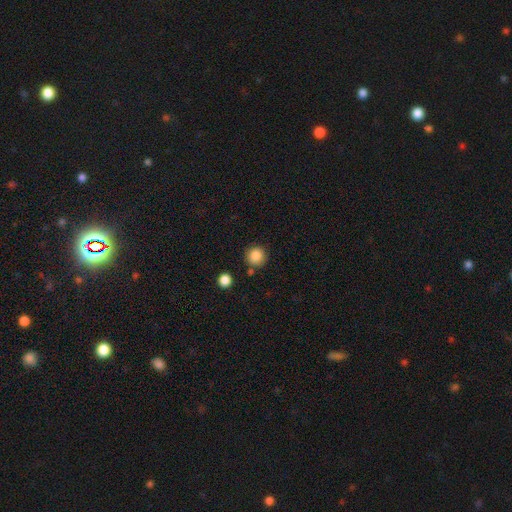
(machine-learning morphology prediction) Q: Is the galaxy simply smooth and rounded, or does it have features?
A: smooth — 86%.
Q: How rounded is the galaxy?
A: round — 93%.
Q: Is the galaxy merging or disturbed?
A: none — 84%.